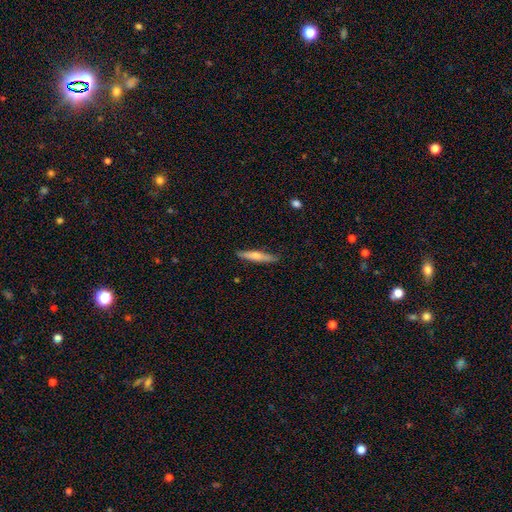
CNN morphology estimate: A smooth galaxy with no disk features (57%) that is cigar-shaped (90%). Merging: none (87%).